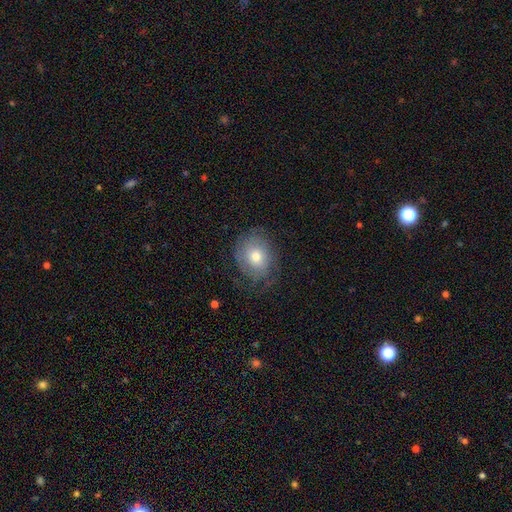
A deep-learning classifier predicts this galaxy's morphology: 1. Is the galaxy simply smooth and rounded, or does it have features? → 47% smooth, 43% featured or disk, 10% star or artifact.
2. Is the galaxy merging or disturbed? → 67% none, 21% minor disturbance, 11% major disturbance, 1% merger.